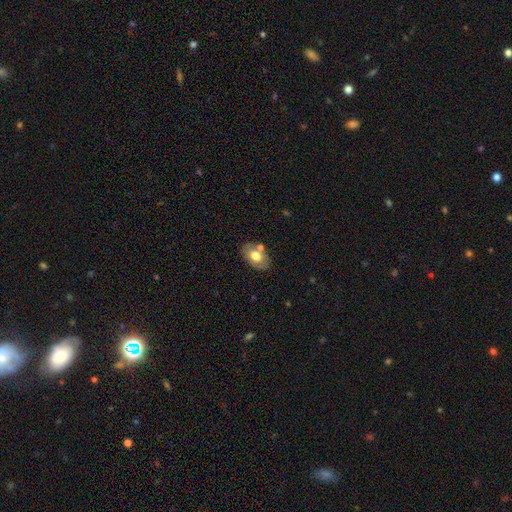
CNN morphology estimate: smooth_or_featured: smooth (p=0.66) [alt: featured or disk p=0.27]
how_rounded: in between (p=0.87) [alt: round p=0.12]
merging: none (p=0.70) [alt: minor disturbance p=0.14]